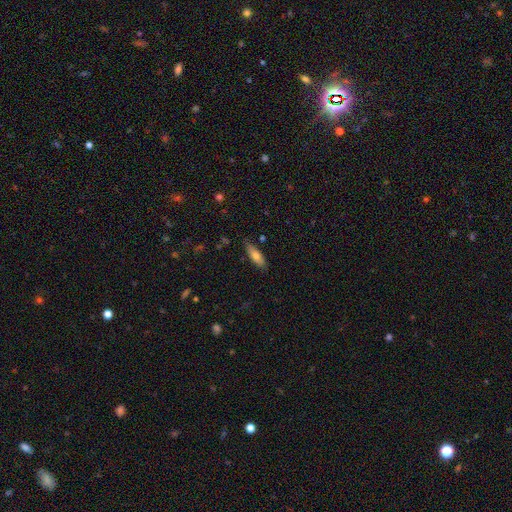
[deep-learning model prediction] This appears to be a smooth galaxy with no disk features (70%) that is in between round and cigar-shaped (50%). Merging: none (82%).